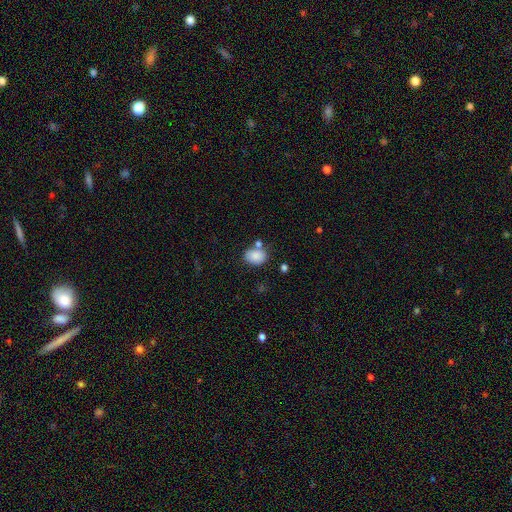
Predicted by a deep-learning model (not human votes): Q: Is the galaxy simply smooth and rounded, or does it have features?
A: smooth — 85%.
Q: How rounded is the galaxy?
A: in between — 65%.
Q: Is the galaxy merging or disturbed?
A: none — 61%.